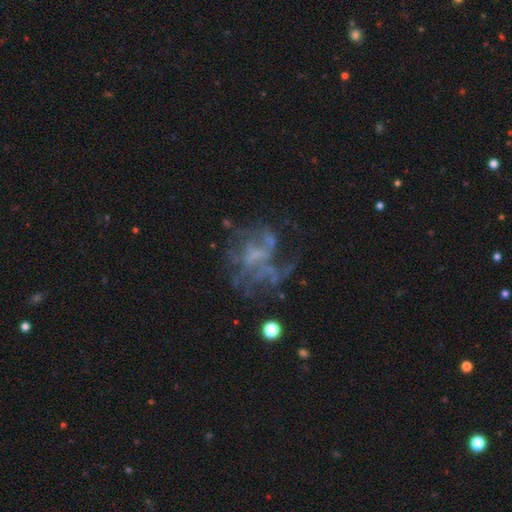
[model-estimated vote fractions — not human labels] Smooth or featured: featured or disk — 64% (star or artifact — 20%)
Edge-on disk: no — 98% (yes — 2%)
Bar: no — 75% (weak — 19%)
Spiral arms: no — 66% (yes — 34%)
Bulge size: none — 68% (small — 16%)
Merging: none — 42% (major disturbance — 37%)